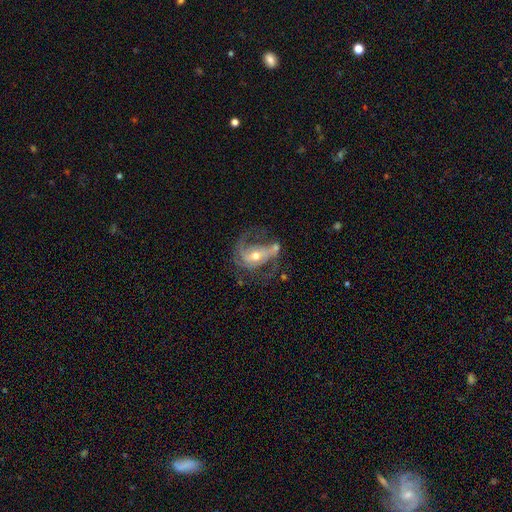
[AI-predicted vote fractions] Morphology: type=featured or disk (83%); edge-on=no (97%); bar=weak (38%); spiral arms=yes (90%); winding=medium (45%); arm count=2 (59%); bulge=moderate (63%); merging=none (42%).